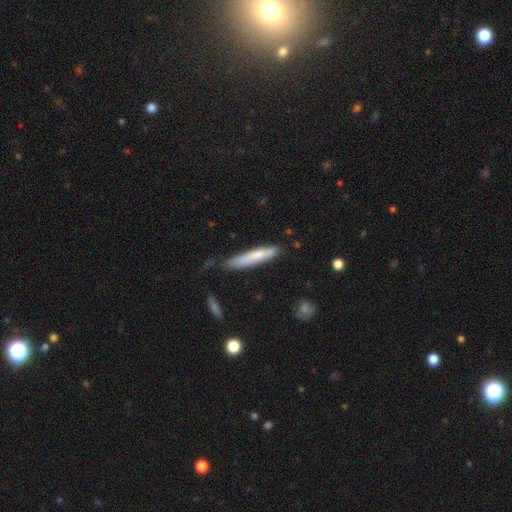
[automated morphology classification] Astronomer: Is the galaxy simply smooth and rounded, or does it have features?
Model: smooth — 68%.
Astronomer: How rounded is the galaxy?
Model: cigar-shaped — 91%.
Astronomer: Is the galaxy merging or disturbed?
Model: none — 62%.